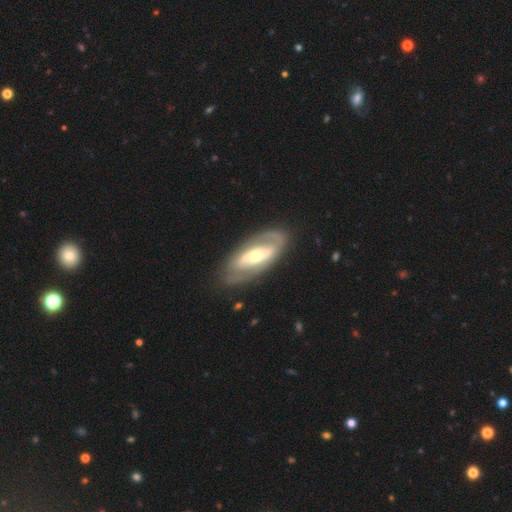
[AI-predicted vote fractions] featured or disk 74%, smooth 21%, star or artifact 5%. Down the decision tree: edge-on disk — no (90%); bar — no (44%); spiral arms — yes (62%); bulge size — moderate (57%); merging — none (77%).